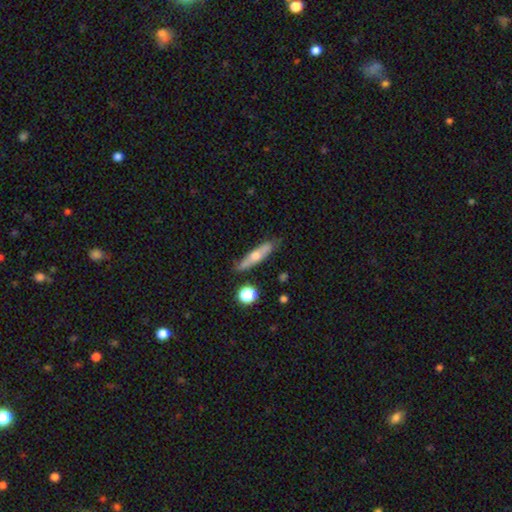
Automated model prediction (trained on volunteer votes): Smooth or featured? featured or disk (49%)
Merging? none (81%)